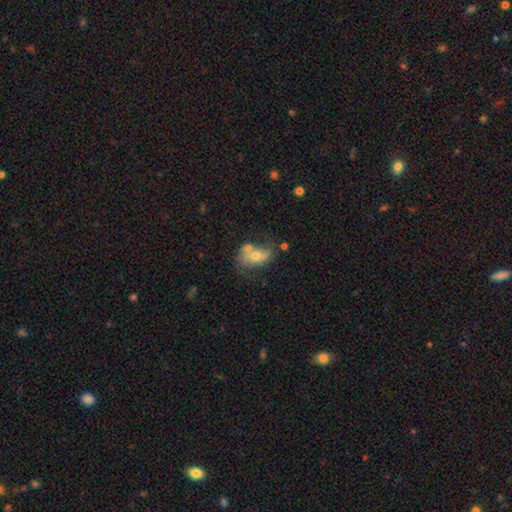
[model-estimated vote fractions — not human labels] Morphology: type=featured or disk (47%); merging=none (42%).